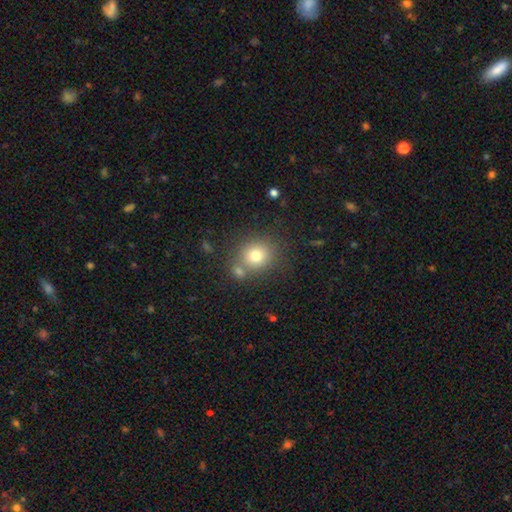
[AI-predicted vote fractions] Smooth or featured? smooth (76%)
How rounded? round (79%)
Merging? none (67%)